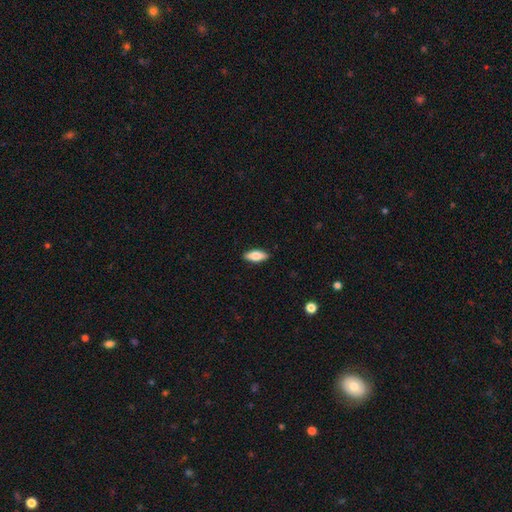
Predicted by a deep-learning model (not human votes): smooth_or_featured: smooth (p=0.76) [alt: featured or disk p=0.18]
how_rounded: in between (p=0.74) [alt: cigar-shaped p=0.23]
merging: none (p=0.89) [alt: minor disturbance p=0.08]